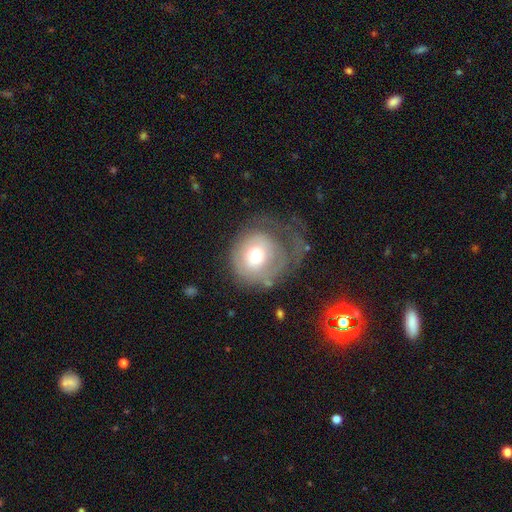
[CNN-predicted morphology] A smooth galaxy with no disk features (53%) that is round (85%). Merging: major disturbance (44%).